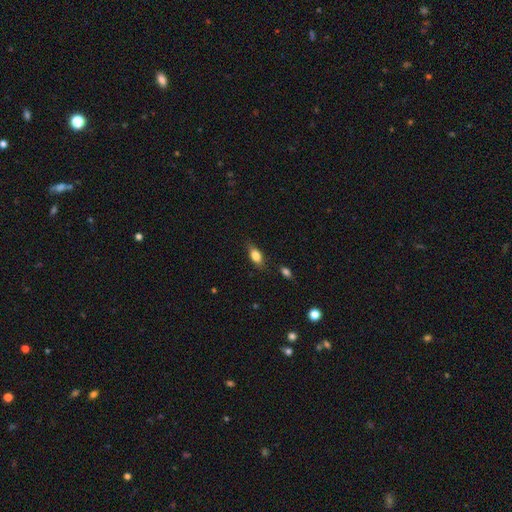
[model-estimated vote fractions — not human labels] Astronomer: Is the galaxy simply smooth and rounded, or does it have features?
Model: smooth — 78%.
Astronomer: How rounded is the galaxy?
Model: in between — 83%.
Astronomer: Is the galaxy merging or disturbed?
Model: none — 79%.